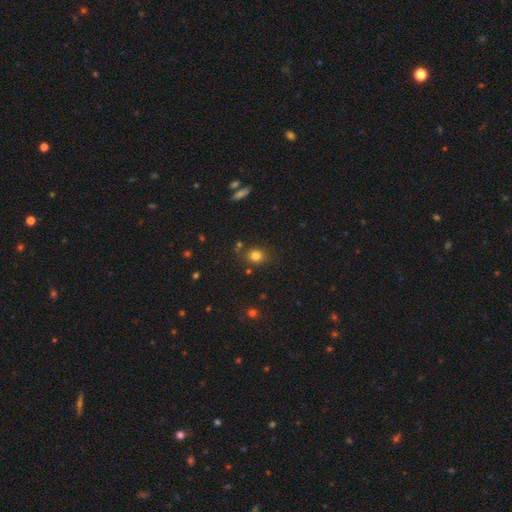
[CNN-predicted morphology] Smooth or featured? smooth (79%)
How rounded? round (63%)
Merging? none (78%)